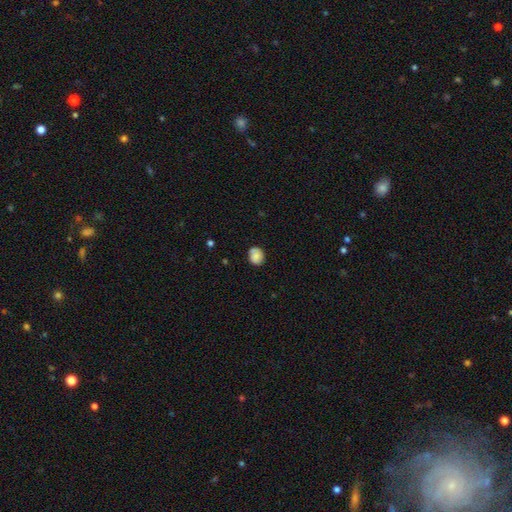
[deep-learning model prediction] A smooth galaxy with no disk features (79%) that is round (65%). Merging: none (73%).